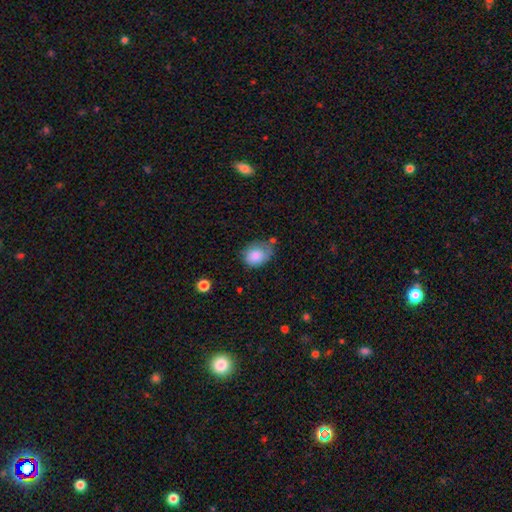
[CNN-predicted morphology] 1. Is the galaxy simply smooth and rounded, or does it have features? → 80% smooth, 12% featured or disk, 8% star or artifact.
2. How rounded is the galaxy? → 60% in between, 39% round, 1% cigar-shaped.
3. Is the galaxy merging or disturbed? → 46% none, 36% minor disturbance, 13% major disturbance, 6% merger.